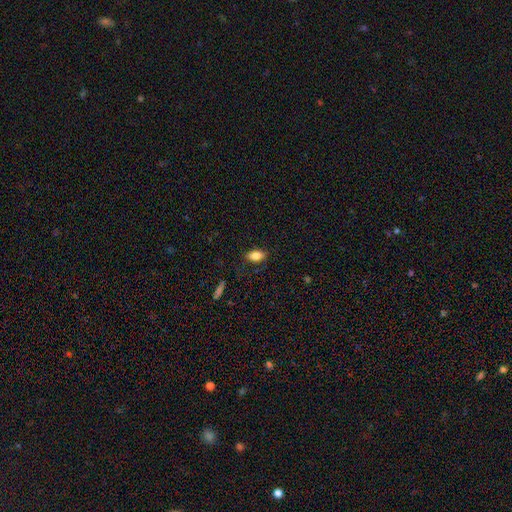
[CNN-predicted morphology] Smooth or featured?
  - smooth: 81% *
  - featured or disk: 11%
  - star or artifact: 8%
How rounded?
  - in between: 88% *
  - cigar-shaped: 7%
  - round: 6%
Merging?
  - none: 83% *
  - minor disturbance: 13%
  - major disturbance: 3%
  - merger: 1%